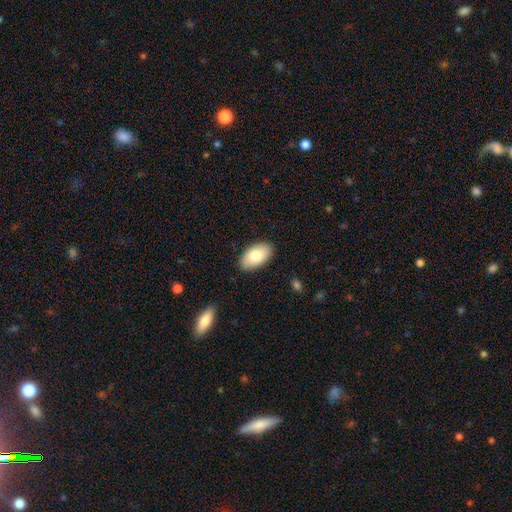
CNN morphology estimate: The model was most divided on "smooth or featured": smooth: 82%, featured or disk: 12%, star or artifact: 6%. More confident: how rounded — in between (95%); merging — none (86%).